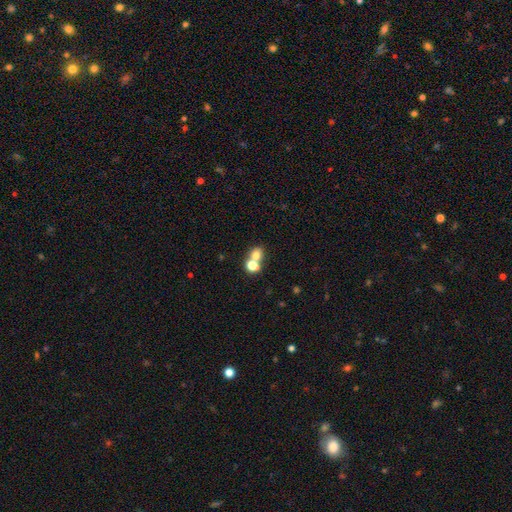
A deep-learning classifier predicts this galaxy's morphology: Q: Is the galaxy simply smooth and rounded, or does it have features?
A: smooth — 74%.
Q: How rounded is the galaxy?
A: round — 63%.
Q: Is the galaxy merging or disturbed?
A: merger — 57%.